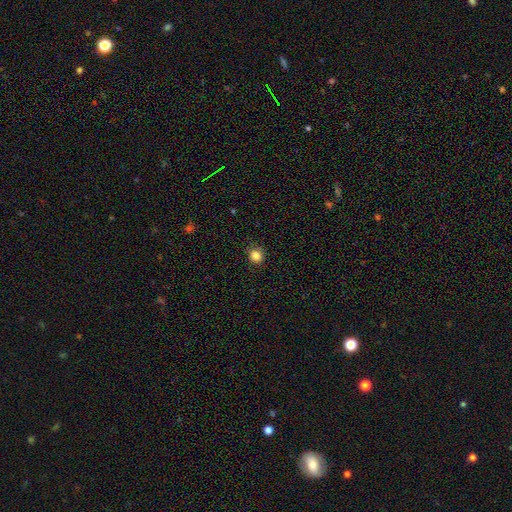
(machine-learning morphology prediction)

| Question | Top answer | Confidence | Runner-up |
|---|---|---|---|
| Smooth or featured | smooth | 84% | star or artifact (12%) |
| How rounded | round | 85% | in between (14%) |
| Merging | none | 88% | minor disturbance (9%) |